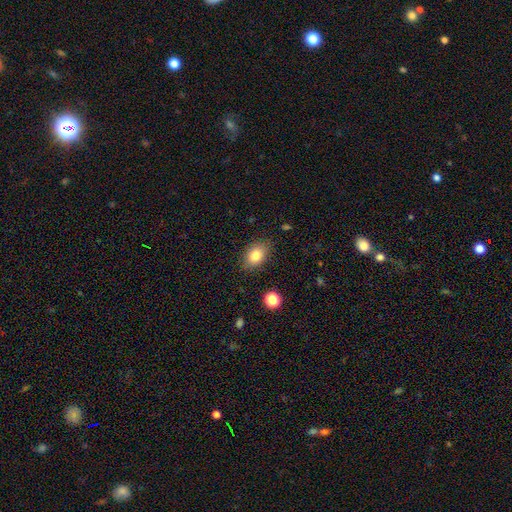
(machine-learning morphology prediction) Overall: smooth (82%). How rounded: in between (81%). Merging: none (84%).